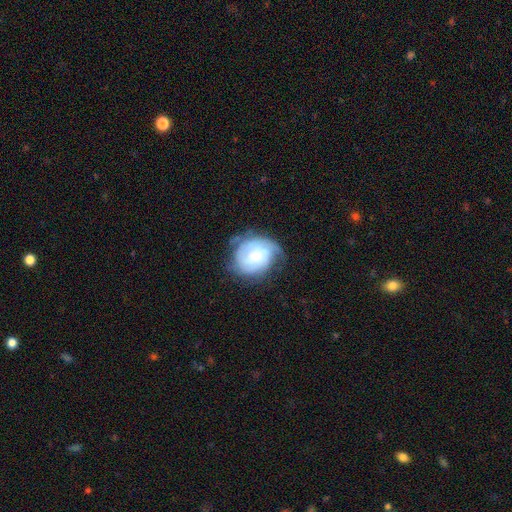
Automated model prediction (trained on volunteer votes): This is possibly a featured or disk galaxy (58%). It is clearly not viewed edge-on (97%). Bar: likely no (70%). Spiral arm pattern: clearly yes (81%). Central bulge: marginally small (44%). Merging: possibly none (54%).